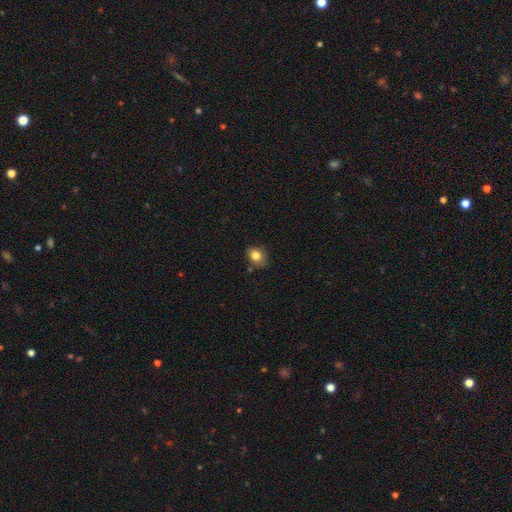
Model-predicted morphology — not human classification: Q: Smooth or featured?
A: smooth (82%); runner-up: star or artifact (10%)
Q: How rounded?
A: in between (60%); runner-up: round (39%)
Q: Merging?
A: none (76%); runner-up: minor disturbance (18%)